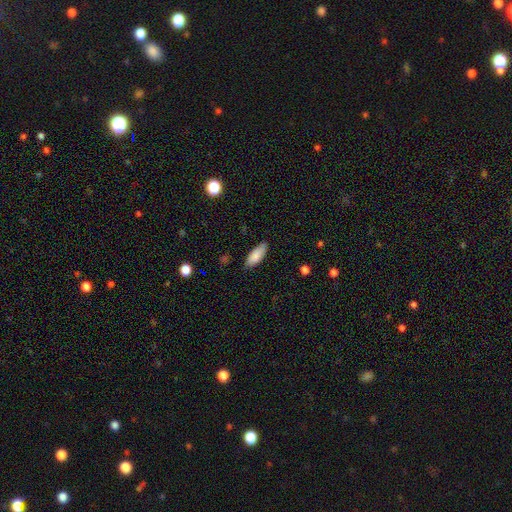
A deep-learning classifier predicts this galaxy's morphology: A smooth galaxy with no disk features (85%) that is in between round and cigar-shaped (75%).

Vote fractions:
- Smooth or featured? smooth: 85% / featured or disk: 9% / star or artifact: 6%
- How rounded? in between: 75% / cigar-shaped: 24% / round: 2%
- Merging? none: 83% / minor disturbance: 14% / major disturbance: 2% / merger: 1%